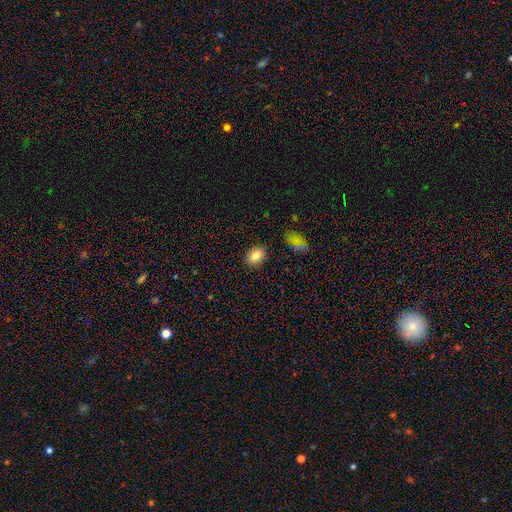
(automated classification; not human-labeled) A smooth galaxy with no disk features (82%) that is in between round and cigar-shaped (77%). Merging: none (85%).